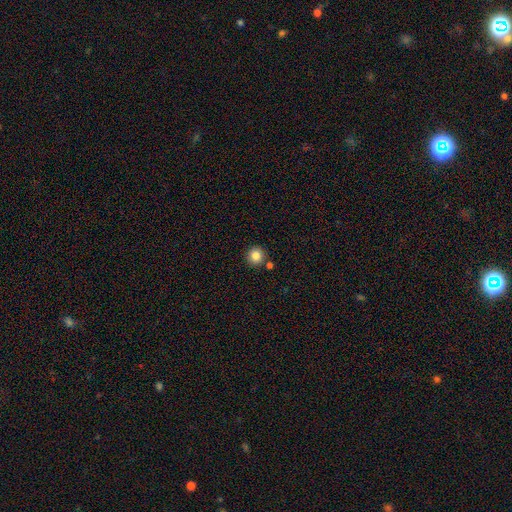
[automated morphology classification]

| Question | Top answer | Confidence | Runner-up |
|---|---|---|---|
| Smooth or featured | smooth | 84% | star or artifact (11%) |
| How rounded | round | 94% | in between (5%) |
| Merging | none | 85% | minor disturbance (7%) |